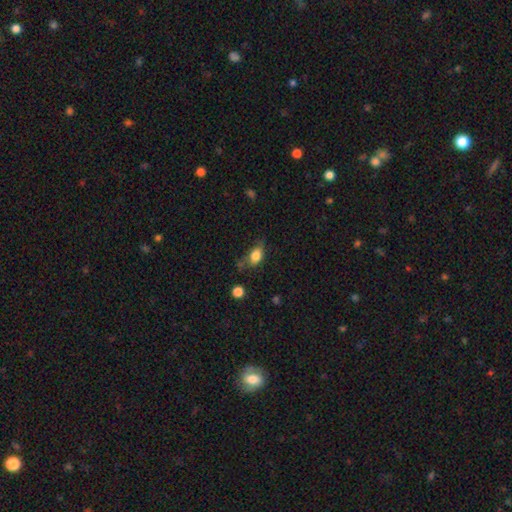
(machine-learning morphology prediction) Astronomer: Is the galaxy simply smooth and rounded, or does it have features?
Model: smooth — 79%.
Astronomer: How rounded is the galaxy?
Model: in between — 79%.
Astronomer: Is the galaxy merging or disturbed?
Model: none — 50% (runner-up: minor disturbance, 32%).